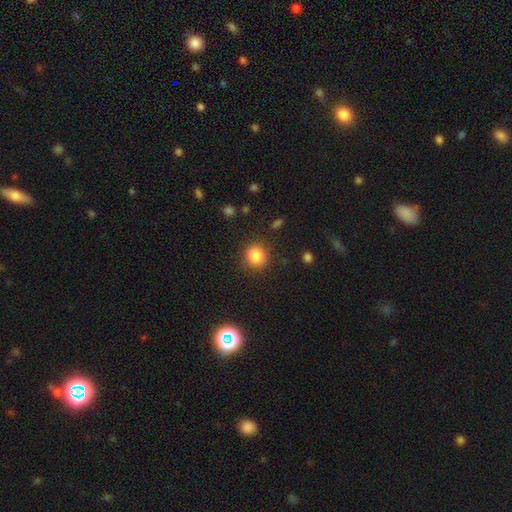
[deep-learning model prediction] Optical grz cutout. It shows a smooth galaxy with no disk features (83%) that is round (84%). Merging: none (86%).